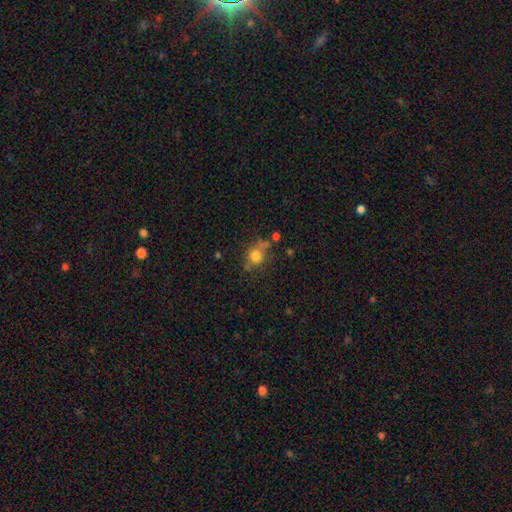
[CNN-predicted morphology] smooth-or-featured: smooth: 73% | featured or disk: 15% | star or artifact: 12%
  how-rounded: round: 68% | in between: 29% | cigar-shaped: 2%
  merging: none: 54% | minor disturbance: 22% | merger: 13% | major disturbance: 10%